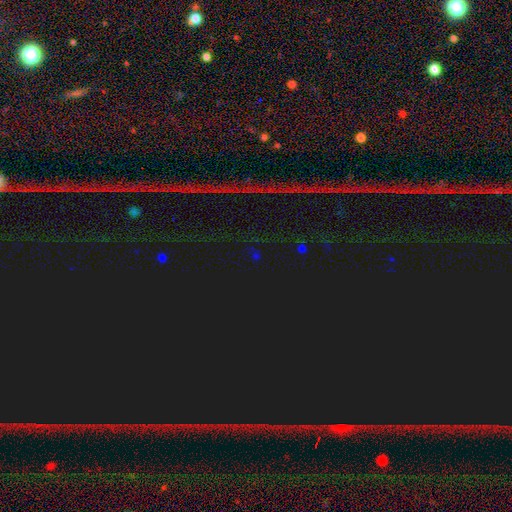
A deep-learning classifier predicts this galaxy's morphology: This is likely a star or artifact rather than a galaxy (79%).